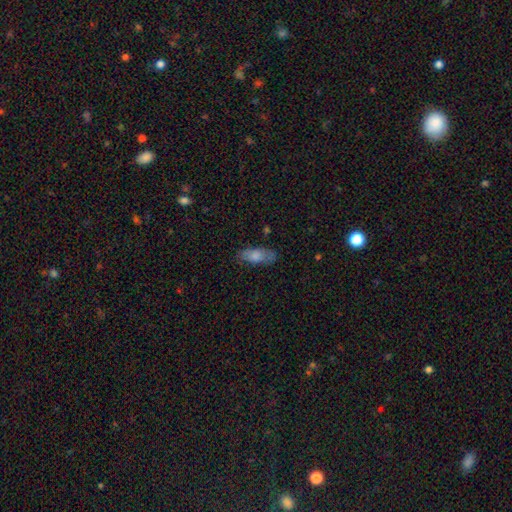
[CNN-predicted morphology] A smooth galaxy with no disk features (74%) that is in between round and cigar-shaped (78%). Merging: none (72%).